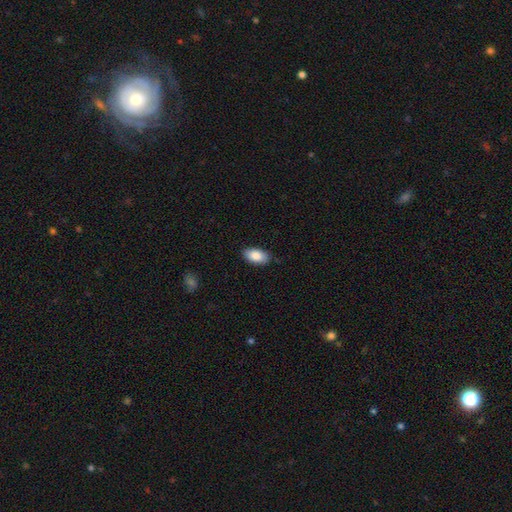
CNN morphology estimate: smooth-or-featured: smooth: 87% | featured or disk: 7% | star or artifact: 6%
  how-rounded: in between: 94% | round: 3% | cigar-shaped: 3%
  merging: none: 86% | minor disturbance: 11% | major disturbance: 2% | merger: 1%